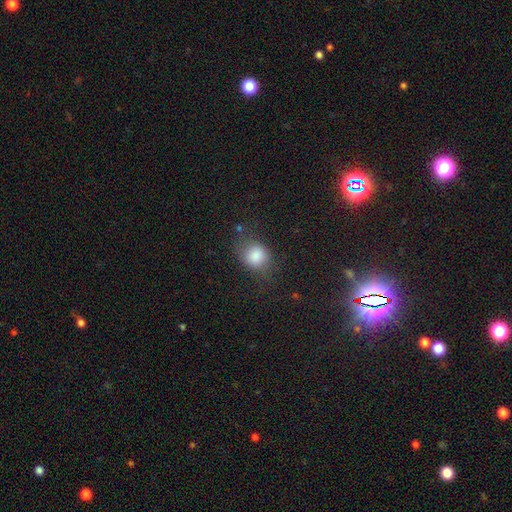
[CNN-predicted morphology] This is clearly a smooth galaxy (82%). How rounded: possibly round (58%). Merging: likely none (62%).